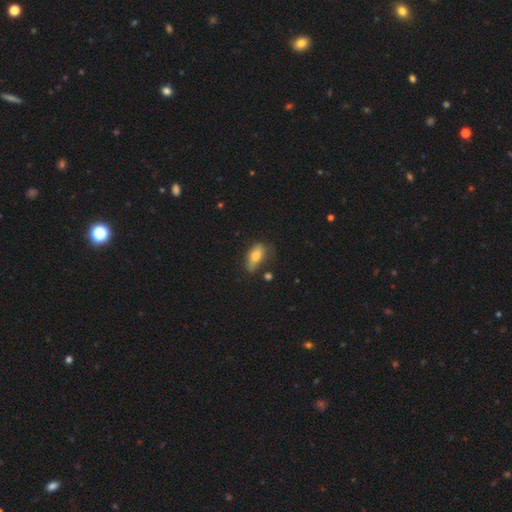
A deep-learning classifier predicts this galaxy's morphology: Smooth or featured? Predicted: smooth (p=0.73). How rounded? Predicted: in between (p=0.84). Merging? Predicted: none (p=0.56).